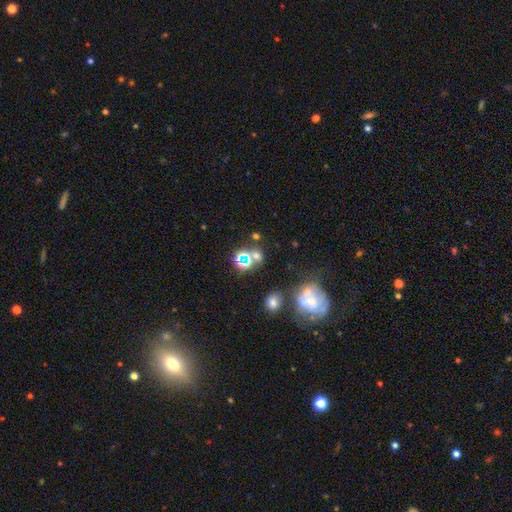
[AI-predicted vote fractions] Smooth or featured?
  - smooth: 47% *
  - star or artifact: 41%
  - featured or disk: 11%
Merging?
  - none: 61% *
  - merger: 23%
  - minor disturbance: 10%
  - major disturbance: 6%